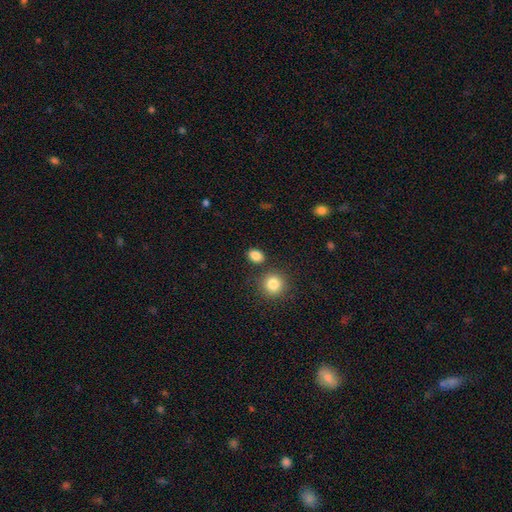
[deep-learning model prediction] Overall: smooth (86%). How rounded: in between (59%; round 40%). Merging: none (79%).